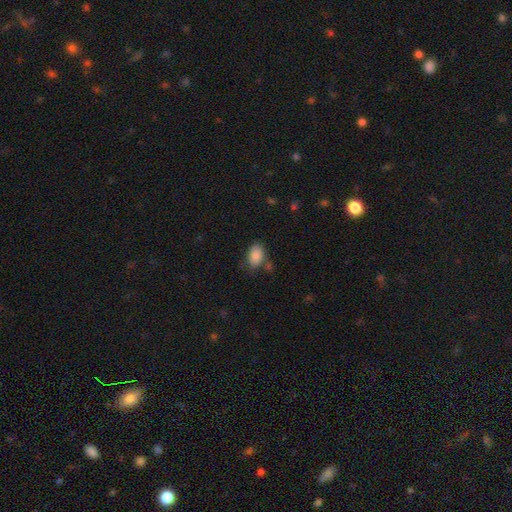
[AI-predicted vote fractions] This appears to be a smooth galaxy with no disk features (87%) that is in between round and cigar-shaped (88%). Merging: none (67%).